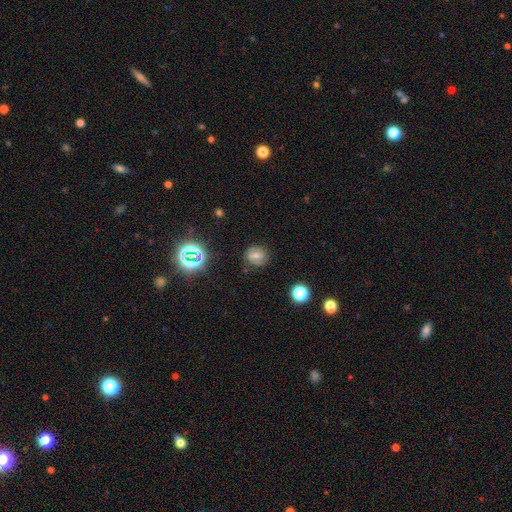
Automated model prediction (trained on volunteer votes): Smooth or featured: featured or disk — 41% (smooth — 40%)
Merging: none — 81% (minor disturbance — 13%)